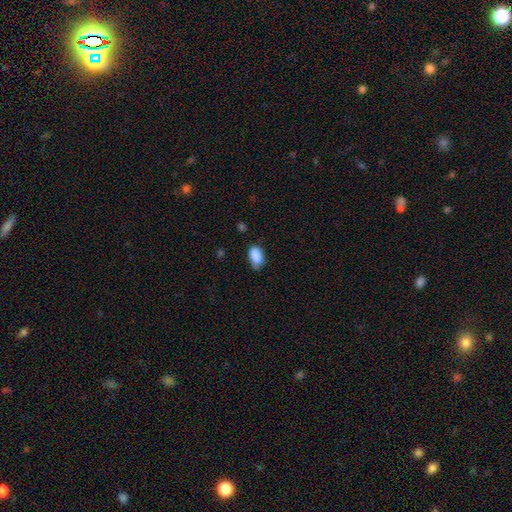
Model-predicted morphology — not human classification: Q: Smooth or featured?
A: smooth (88%); runner-up: star or artifact (7%)
Q: How rounded?
A: in between (91%); runner-up: round (7%)
Q: Merging?
A: none (67%); runner-up: minor disturbance (26%)